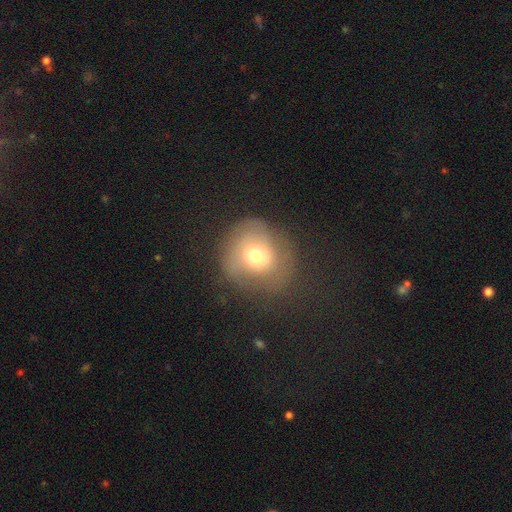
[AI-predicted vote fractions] smooth-or-featured: smooth: 60% | featured or disk: 28% | star or artifact: 11%
  how-rounded: round: 79% | in between: 20% | cigar-shaped: 1%
  merging: none: 54% | minor disturbance: 24% | major disturbance: 20% | merger: 2%